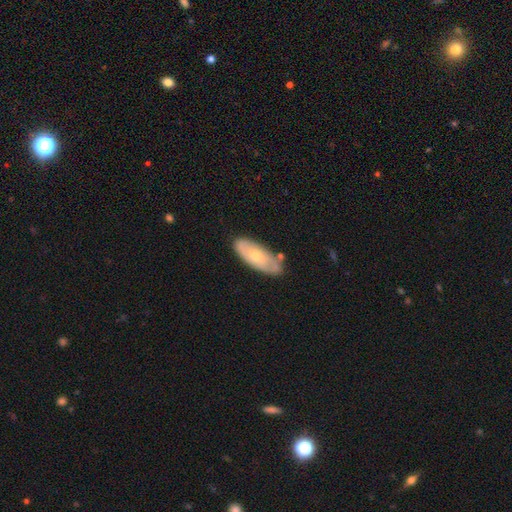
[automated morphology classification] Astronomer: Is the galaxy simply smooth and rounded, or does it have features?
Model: featured or disk — 47%, tied with smooth at 47%.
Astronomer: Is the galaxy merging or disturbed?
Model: none — 74%.